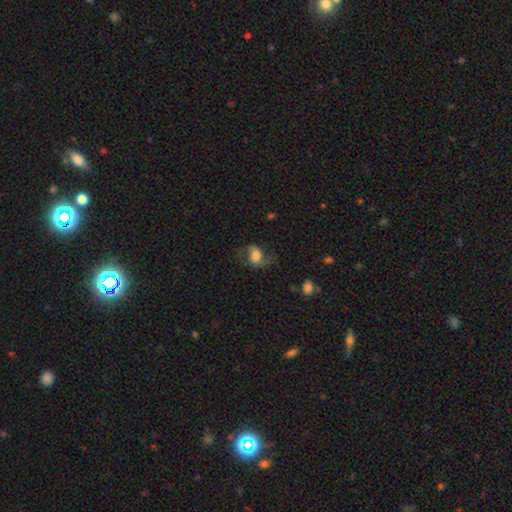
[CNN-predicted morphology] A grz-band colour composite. It shows a featured or disk galaxy (48%). Merging: none (60%).